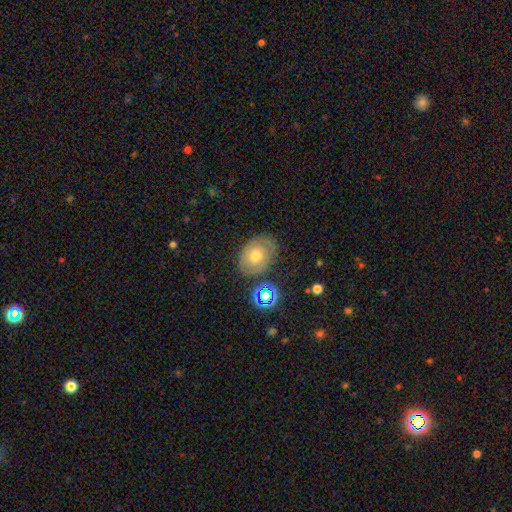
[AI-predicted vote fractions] smooth_or_featured: smooth (p=0.59) [alt: featured or disk p=0.30]
how_rounded: in between (p=0.71) [alt: round p=0.28]
merging: none (p=0.76) [alt: minor disturbance p=0.15]